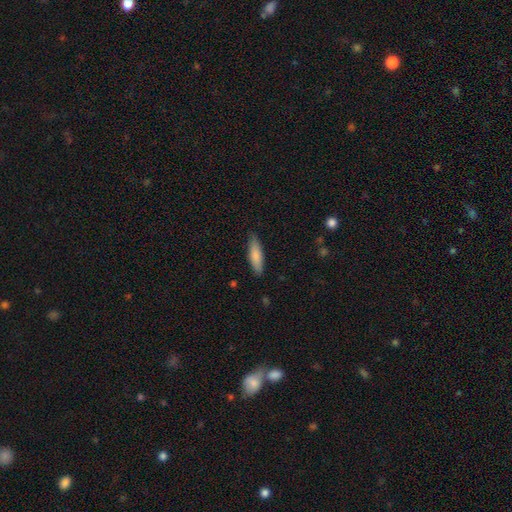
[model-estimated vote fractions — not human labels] smooth 82%, featured or disk 12%, star or artifact 6%. Down the decision tree: how rounded — cigar-shaped (65%); merging — none (84%).